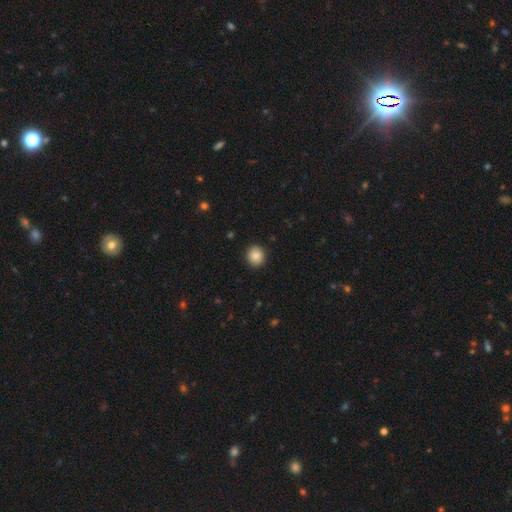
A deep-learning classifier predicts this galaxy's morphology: smooth_or_featured: smooth (p=0.86) [alt: star or artifact p=0.09]
how_rounded: round (p=0.87) [alt: in between p=0.12]
merging: none (p=0.91) [alt: minor disturbance p=0.06]